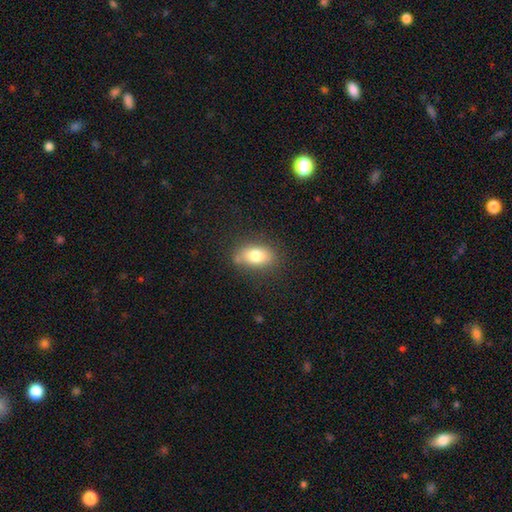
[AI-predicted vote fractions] A smooth galaxy with no disk features (78%) that is in between round and cigar-shaped (85%).

Vote fractions:
- Smooth or featured? smooth: 78% / featured or disk: 13% / star or artifact: 9%
- How rounded? in between: 85% / round: 11% / cigar-shaped: 3%
- Merging? none: 74% / minor disturbance: 18% / major disturbance: 5% / merger: 4%